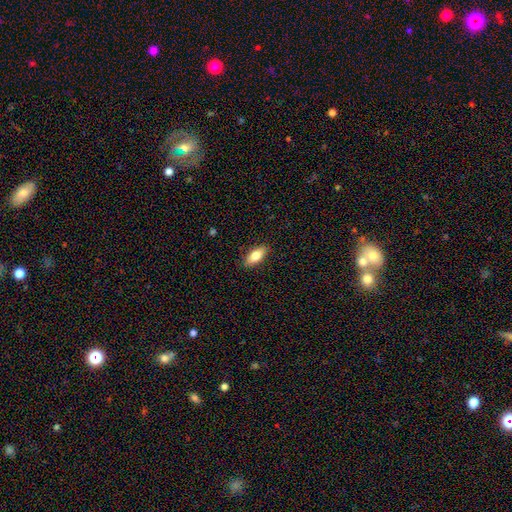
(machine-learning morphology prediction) Smooth or featured? Predicted: smooth (p=0.77). How rounded? Predicted: in between (p=0.82). Merging? Predicted: none (p=0.88).